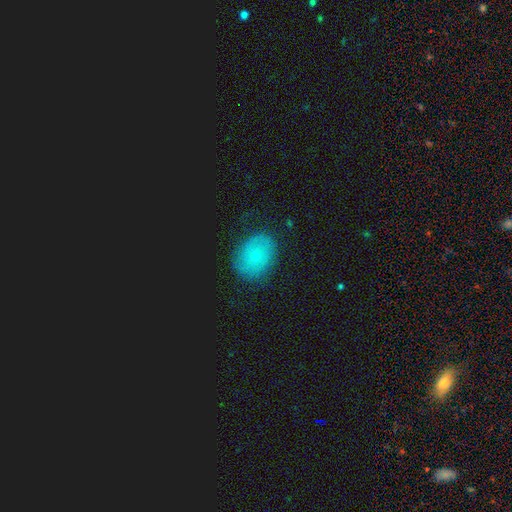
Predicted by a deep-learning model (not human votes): A smooth galaxy with no disk features (47%).

Vote fractions:
- Smooth or featured? smooth: 47% / featured or disk: 38% / star or artifact: 16%
- Merging? none: 78% / minor disturbance: 16% / major disturbance: 5% / merger: 1%